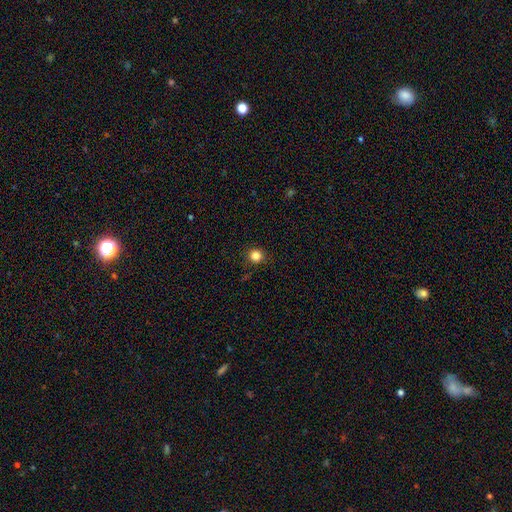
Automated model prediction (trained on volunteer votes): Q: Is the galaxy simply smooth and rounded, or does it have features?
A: smooth — 84%.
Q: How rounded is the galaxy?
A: round — 94%.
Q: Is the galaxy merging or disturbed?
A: none — 90%.